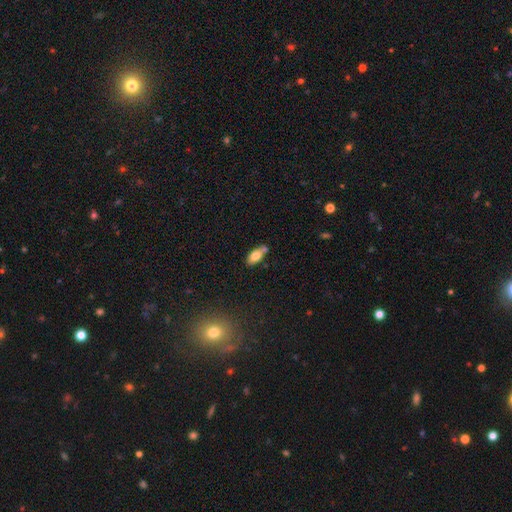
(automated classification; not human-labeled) smooth-or-featured: smooth: 76% | featured or disk: 17% | star or artifact: 8%
  how-rounded: in between: 87% | cigar-shaped: 10% | round: 3%
  merging: none: 64% | minor disturbance: 17% | merger: 16% | major disturbance: 4%